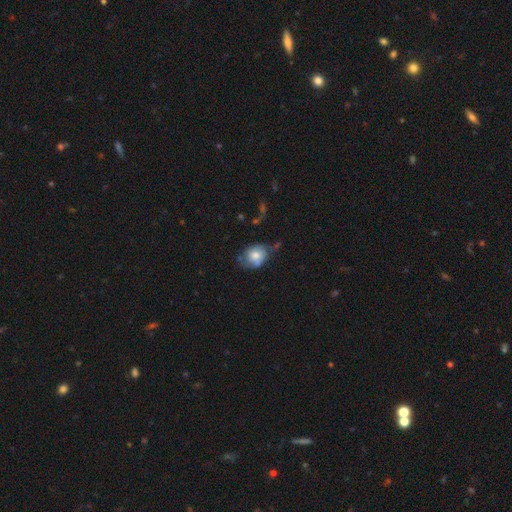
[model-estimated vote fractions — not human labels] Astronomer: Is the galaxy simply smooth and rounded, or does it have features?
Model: smooth — 63%.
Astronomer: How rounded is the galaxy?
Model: in between — 56% (runner-up: round, 43%).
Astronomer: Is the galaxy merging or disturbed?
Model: none — 44% (runner-up: minor disturbance, 31%).